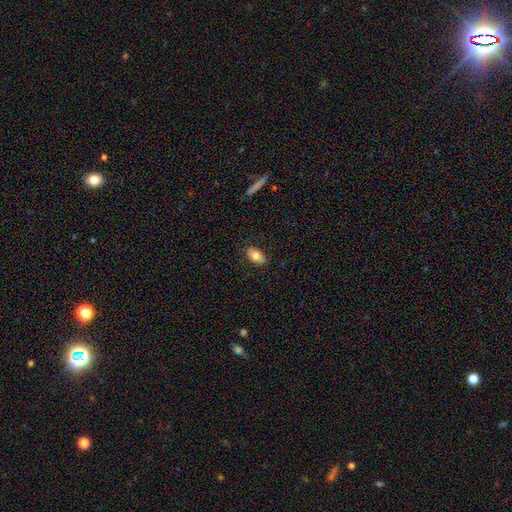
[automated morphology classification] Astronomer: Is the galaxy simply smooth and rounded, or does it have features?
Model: smooth — 78%.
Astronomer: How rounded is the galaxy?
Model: in between — 91%.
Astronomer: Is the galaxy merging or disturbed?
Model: none — 86%.